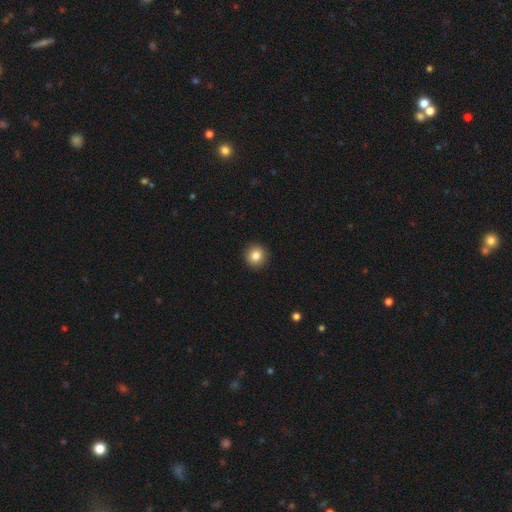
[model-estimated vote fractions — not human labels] smooth_or_featured: smooth (p=0.84) [alt: star or artifact p=0.10]
how_rounded: round (p=0.95) [alt: in between p=0.04]
merging: none (p=0.93) [alt: minor disturbance p=0.04]